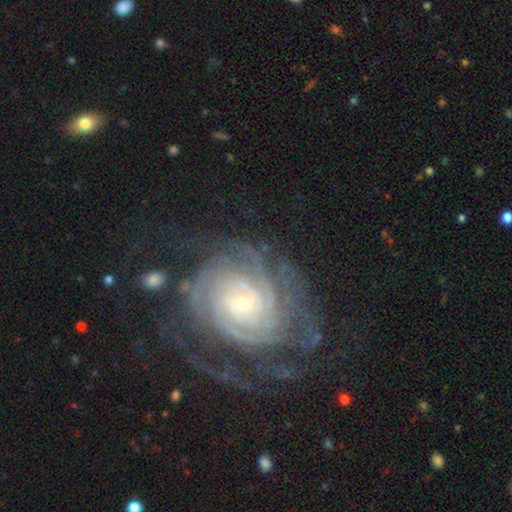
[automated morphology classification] This appears to be a featured or disk galaxy (87%) with no bar (74%), tight (79%) spiral arms (97%) and a small central bulge (79%). Merging: none (63%).